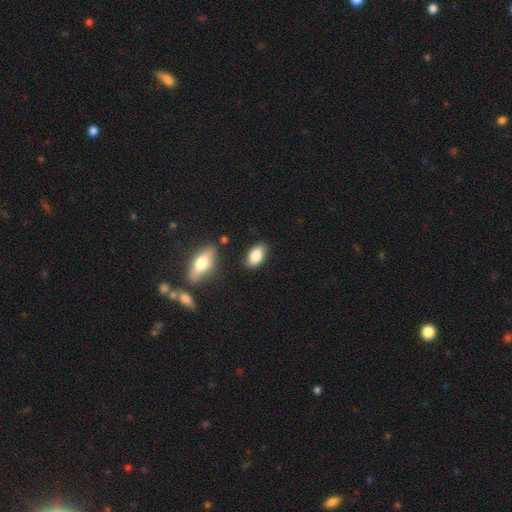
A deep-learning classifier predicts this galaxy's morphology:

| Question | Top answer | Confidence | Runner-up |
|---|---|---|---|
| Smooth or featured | smooth | 84% | featured or disk (9%) |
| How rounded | in between | 92% | round (5%) |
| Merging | none | 83% | minor disturbance (11%) |